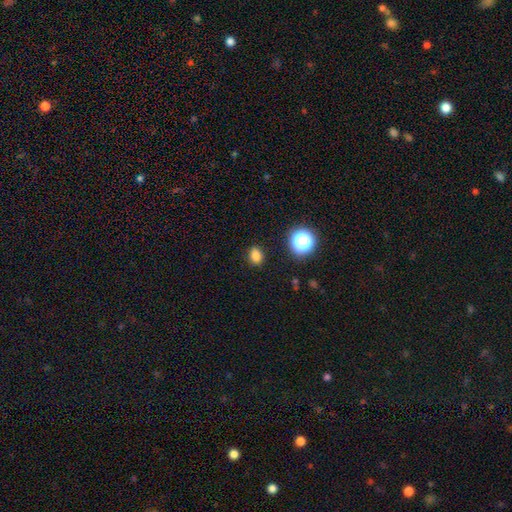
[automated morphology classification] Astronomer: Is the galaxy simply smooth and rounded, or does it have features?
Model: smooth — 80%.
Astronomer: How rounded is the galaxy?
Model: in between — 57% (runner-up: round, 41%).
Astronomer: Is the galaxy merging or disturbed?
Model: none — 86%.